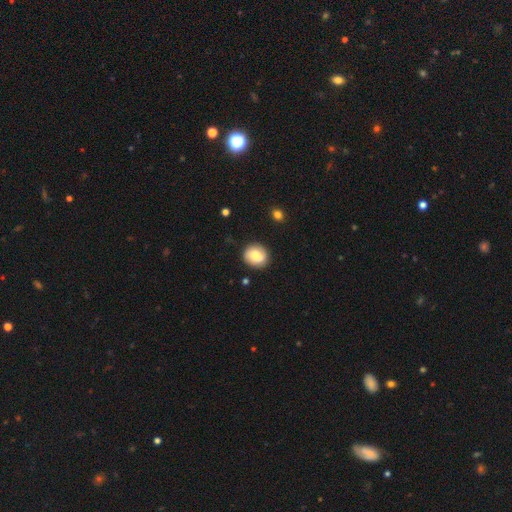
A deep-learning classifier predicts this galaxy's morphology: Overall: smooth (74%). How rounded: round (79%). Merging: none (86%).